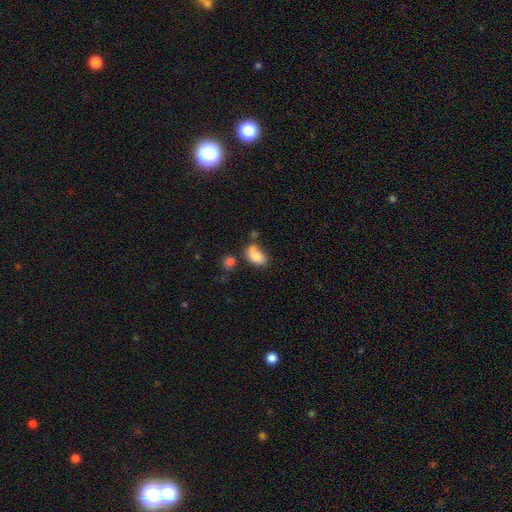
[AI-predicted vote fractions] smooth-or-featured: smooth: 82% | featured or disk: 10% | star or artifact: 8%
  how-rounded: in between: 91% | round: 7% | cigar-shaped: 2%
  merging: none: 49% | minor disturbance: 25% | merger: 18% | major disturbance: 8%